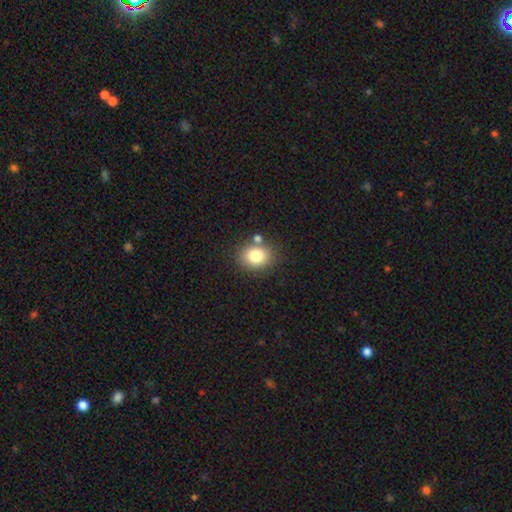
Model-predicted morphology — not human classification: smooth 81%, star or artifact 10%, featured or disk 9%. Down the decision tree: how rounded — round (56%); merging — none (74%).